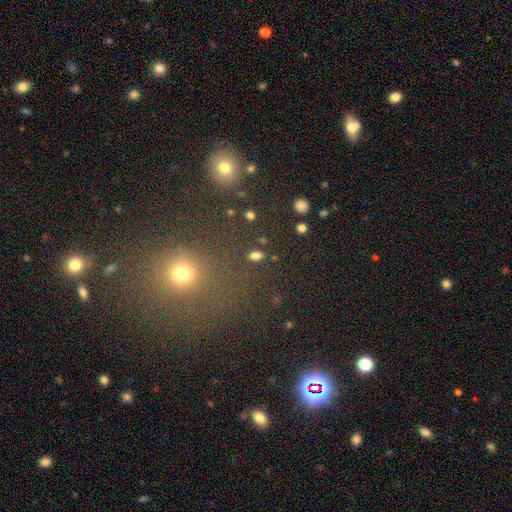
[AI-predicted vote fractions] This is likely a smooth galaxy (78%). How rounded: clearly in between (84%). Merging: clearly none (85%).